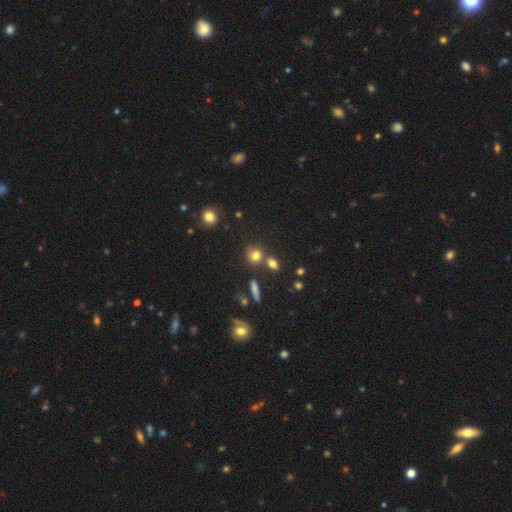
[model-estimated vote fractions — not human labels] smooth-or-featured: smooth: 74% | star or artifact: 15% | featured or disk: 10%
  how-rounded: round: 72% | in between: 25% | cigar-shaped: 2%
  merging: none: 60% | merger: 23% | minor disturbance: 12% | major disturbance: 4%